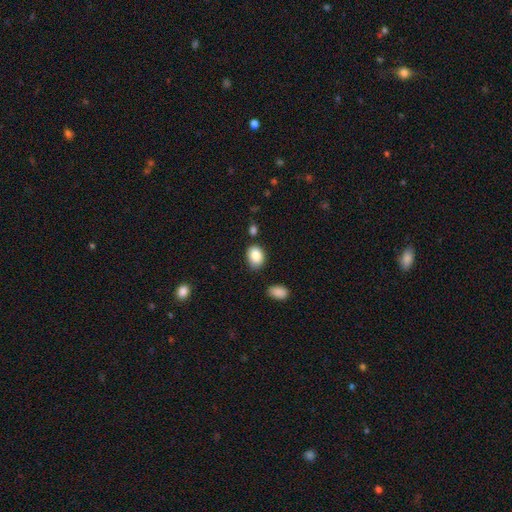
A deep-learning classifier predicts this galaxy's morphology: Smooth or featured? smooth (86%)
How rounded? in between (76%)
Merging? none (77%)